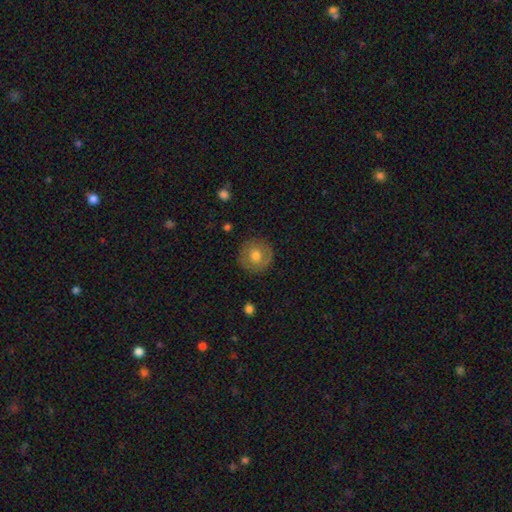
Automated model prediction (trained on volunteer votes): Smooth or featured? Predicted: smooth (p=0.63). How rounded? Predicted: round (p=0.94). Merging? Predicted: none (p=0.87).